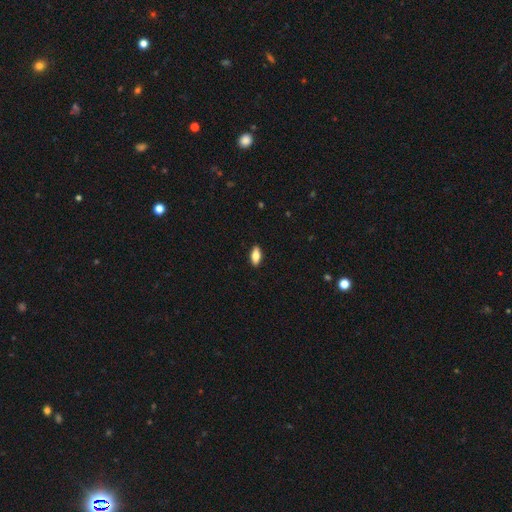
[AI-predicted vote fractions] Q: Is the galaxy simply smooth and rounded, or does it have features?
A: smooth — 76%.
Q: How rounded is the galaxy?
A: in between — 85%.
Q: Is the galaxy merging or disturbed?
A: none — 90%.